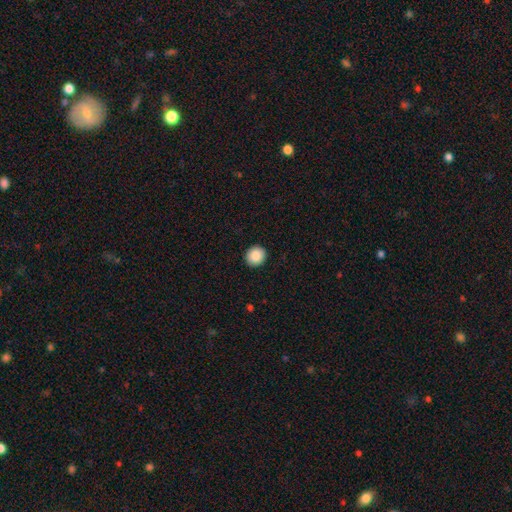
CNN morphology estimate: Q: Smooth or featured?
A: smooth (87%); runner-up: star or artifact (8%)
Q: How rounded?
A: round (84%); runner-up: in between (15%)
Q: Merging?
A: none (92%); runner-up: minor disturbance (6%)